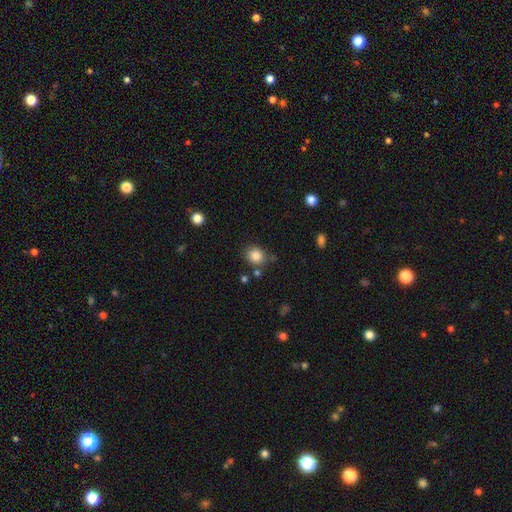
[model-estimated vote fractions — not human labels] Q: Smooth or featured?
A: smooth (85%); runner-up: star or artifact (10%)
Q: How rounded?
A: round (75%); runner-up: in between (24%)
Q: Merging?
A: none (76%); runner-up: minor disturbance (13%)